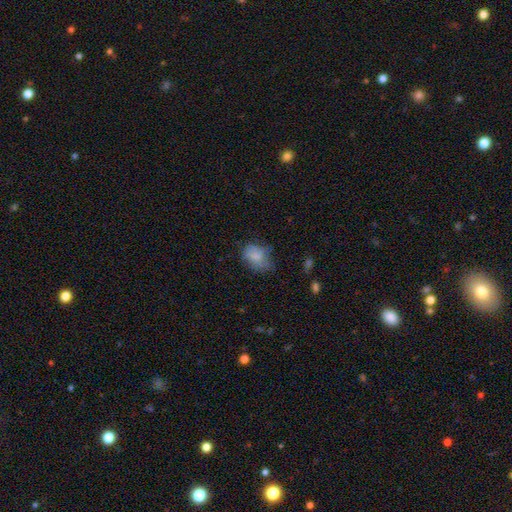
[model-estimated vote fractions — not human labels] Smooth or featured? smooth (78%)
How rounded? in between (67%)
Merging? none (48%)